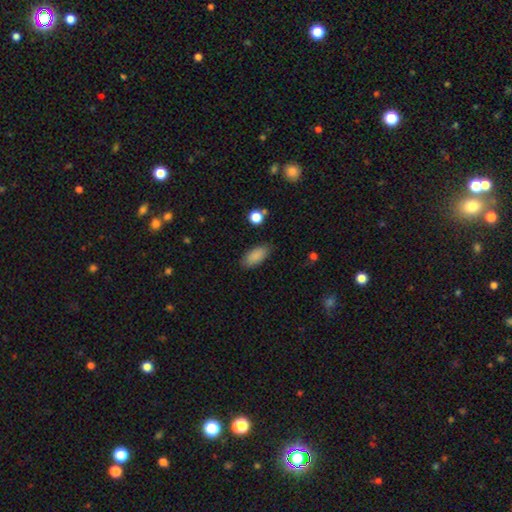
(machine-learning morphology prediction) Smooth or featured?
  - smooth: 88% *
  - star or artifact: 7%
  - featured or disk: 5%
How rounded?
  - in between: 88% *
  - cigar-shaped: 10%
  - round: 3%
Merging?
  - none: 84% *
  - minor disturbance: 11%
  - major disturbance: 3%
  - merger: 2%